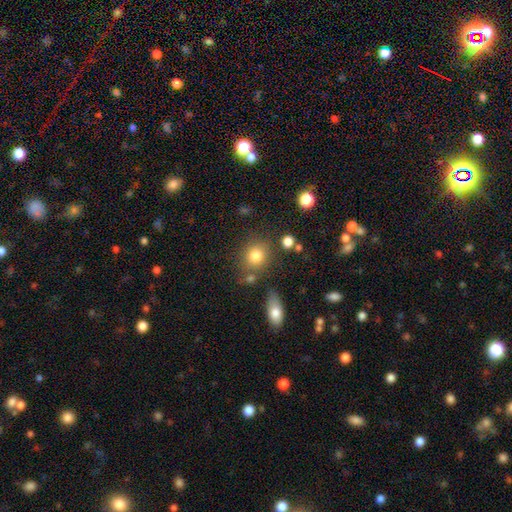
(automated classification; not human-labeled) Smooth or featured? smooth (81%)
How rounded? round (73%)
Merging? none (72%)